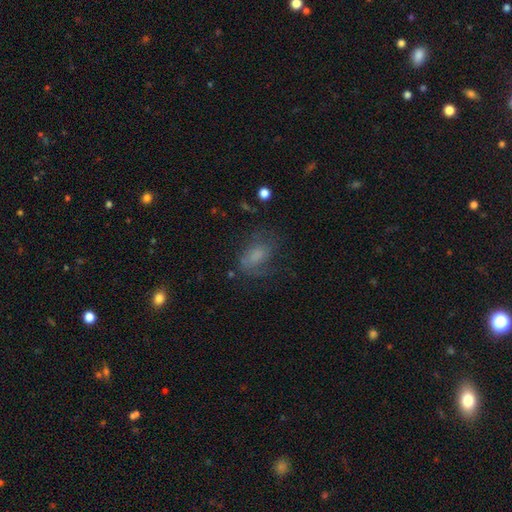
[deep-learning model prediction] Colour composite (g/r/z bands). It shows a smooth galaxy with no disk features (59%) that is in between round and cigar-shaped (82%). Merging: none (53%).